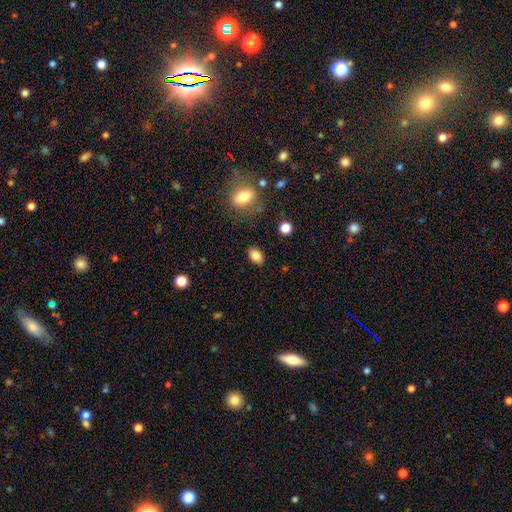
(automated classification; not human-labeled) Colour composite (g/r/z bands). It shows a smooth galaxy with no disk features (84%) that is in between round and cigar-shaped (82%). Merging: none (84%).